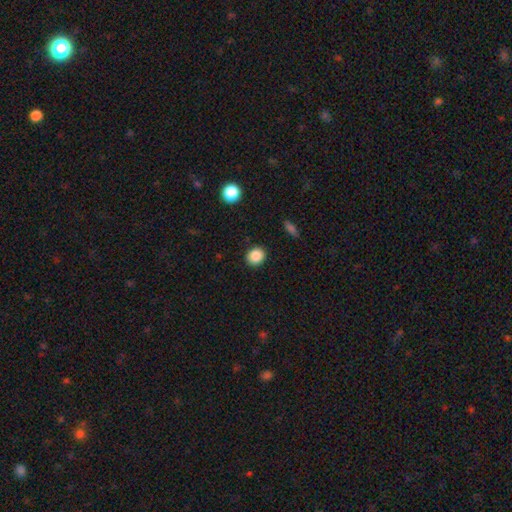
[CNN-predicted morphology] type=smooth (87%); roundness=round (78%); merging=none (90%).